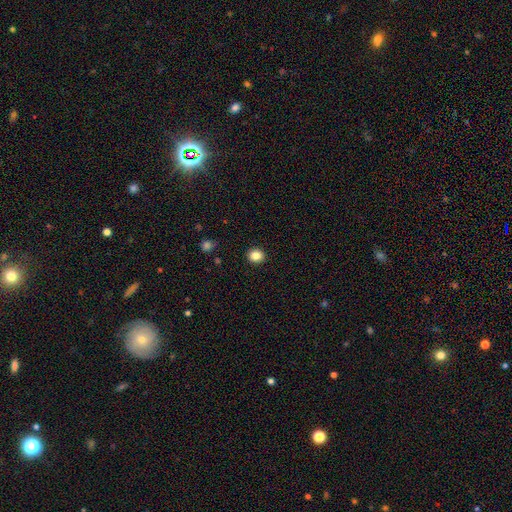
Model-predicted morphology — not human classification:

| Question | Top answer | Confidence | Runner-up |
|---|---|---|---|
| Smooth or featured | smooth | 84% | star or artifact (11%) |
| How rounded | round | 81% | in between (18%) |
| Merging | none | 92% | minor disturbance (5%) |